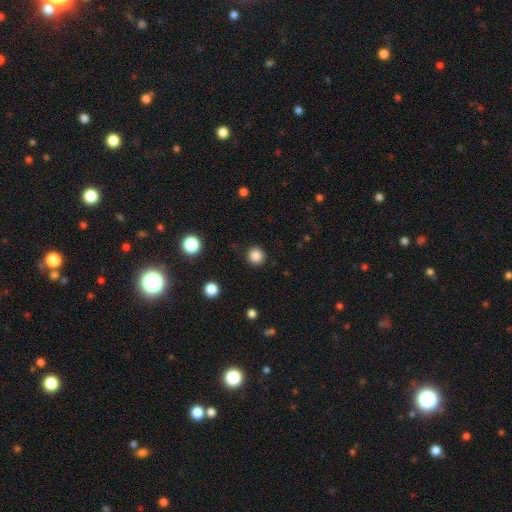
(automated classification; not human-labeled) This is clearly a smooth galaxy (85%). How rounded: clearly round (94%). Merging: clearly none (91%).